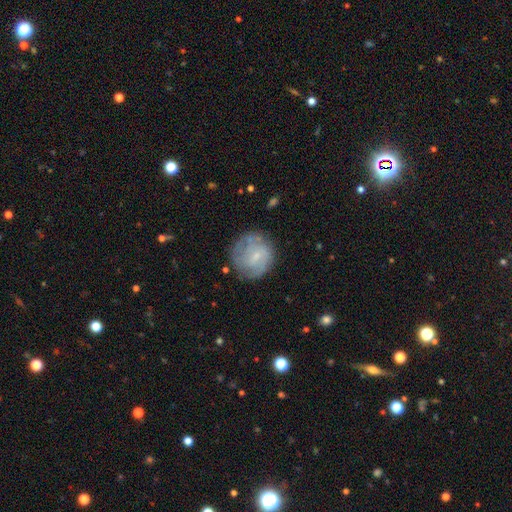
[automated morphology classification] Smooth or featured?
  - featured or disk: 56% *
  - smooth: 36%
  - star or artifact: 8%
Edge-on disk?
  - no: 97% *
  - yes: 3%
Bar?
  - no: 47% *
  - weak: 46%
  - strong: 8%
Spiral arms?
  - yes: 76% *
  - no: 24%
Bulge size?
  - small: 70% *
  - moderate: 17%
  - none: 11%
  - large: 1%
  - dominant: 1%
Merging?
  - none: 70% *
  - minor disturbance: 19%
  - major disturbance: 9%
  - merger: 2%